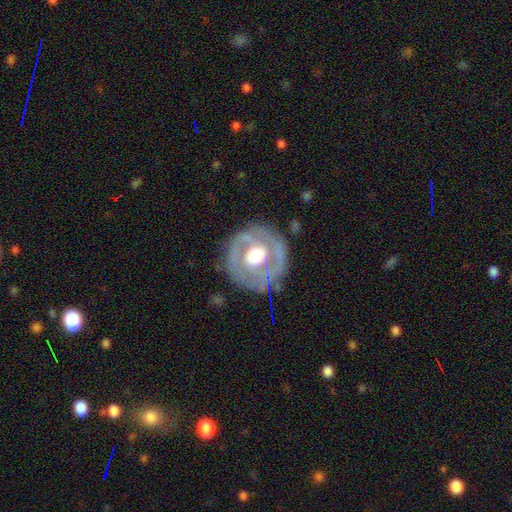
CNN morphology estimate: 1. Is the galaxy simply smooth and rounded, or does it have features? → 71% featured or disk, 23% smooth, 6% star or artifact.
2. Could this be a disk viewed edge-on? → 96% no, 4% yes.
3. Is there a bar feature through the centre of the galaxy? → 63% no, 24% weak, 12% strong.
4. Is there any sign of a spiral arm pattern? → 53% no, 47% yes.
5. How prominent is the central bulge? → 58% moderate, 33% large, 5% small, 3% dominant, 1% none.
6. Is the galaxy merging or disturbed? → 76% none, 15% minor disturbance, 7% major disturbance, 2% merger.